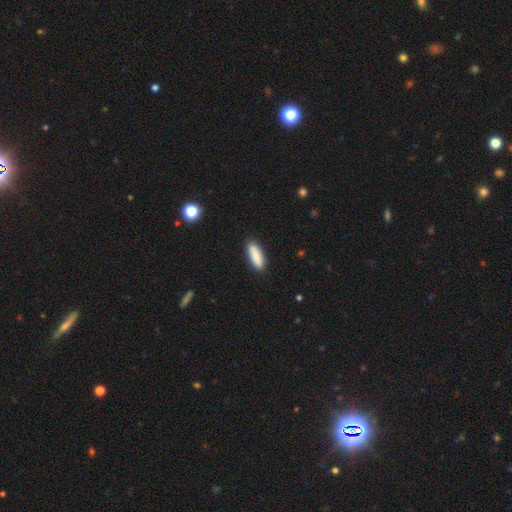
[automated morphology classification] This appears to be a smooth galaxy with no disk features (89%) that is in between round and cigar-shaped (54%). Merging: none (89%).